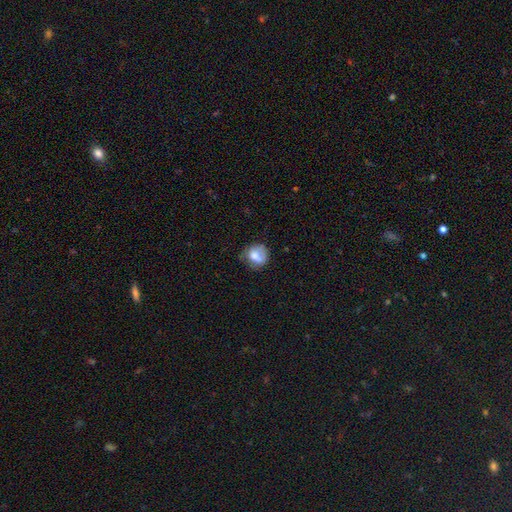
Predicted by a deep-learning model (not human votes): Smooth or featured?
  - smooth: 68% *
  - featured or disk: 23%
  - star or artifact: 9%
How rounded?
  - round: 73% *
  - in between: 26%
  - cigar-shaped: 1%
Merging?
  - none: 51% *
  - minor disturbance: 30%
  - major disturbance: 15%
  - merger: 5%